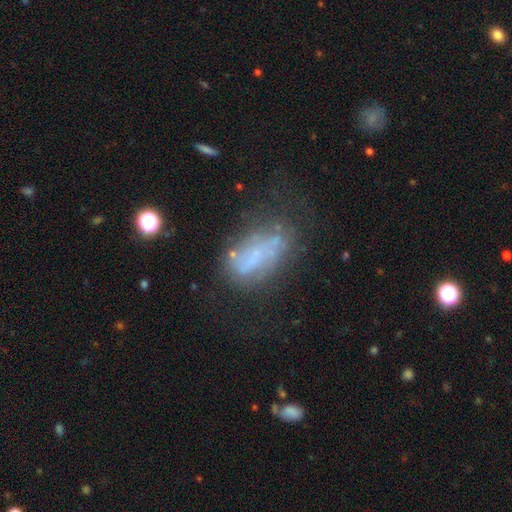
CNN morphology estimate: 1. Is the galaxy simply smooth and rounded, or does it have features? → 48% featured or disk, 38% smooth, 14% star or artifact.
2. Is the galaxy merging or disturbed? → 42% none, 25% minor disturbance, 25% major disturbance, 8% merger.